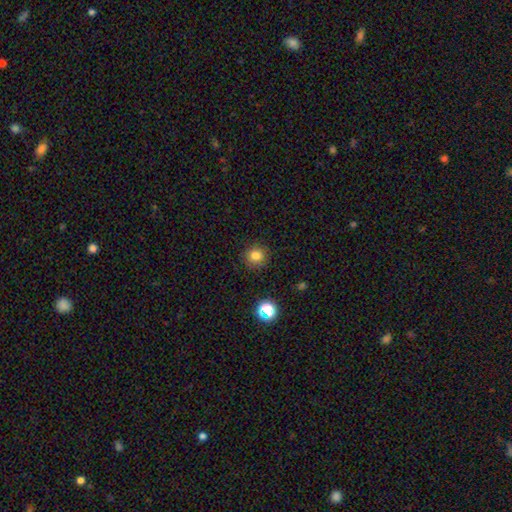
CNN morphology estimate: Smooth or featured?
  - smooth: 80% *
  - star or artifact: 14%
  - featured or disk: 6%
How rounded?
  - round: 88% *
  - in between: 11%
  - cigar-shaped: 1%
Merging?
  - none: 88% *
  - minor disturbance: 8%
  - major disturbance: 2%
  - merger: 1%